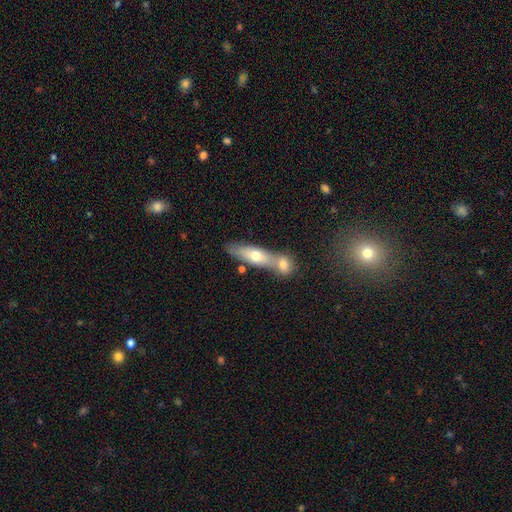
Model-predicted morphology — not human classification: Overall: smooth (61%; featured or disk 33%). How rounded: cigar-shaped (53%; in between 44%). Merging: merger (45%; none 43%).